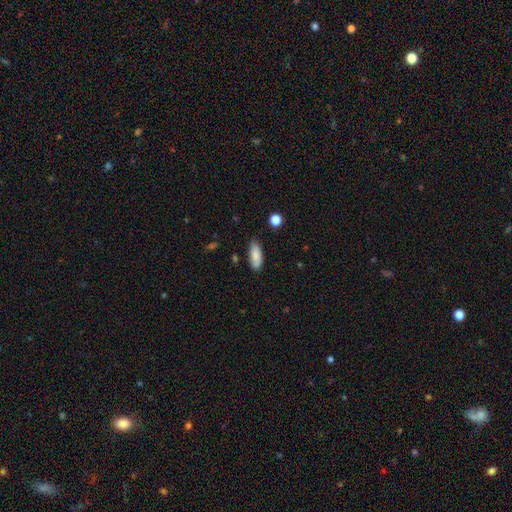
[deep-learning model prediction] A smooth galaxy with no disk features (83%) that is in between round and cigar-shaped (77%).

Vote fractions:
- Smooth or featured? smooth: 83% / featured or disk: 10% / star or artifact: 7%
- How rounded? in between: 77% / cigar-shaped: 21% / round: 2%
- Merging? none: 76% / minor disturbance: 18% / major disturbance: 3% / merger: 2%